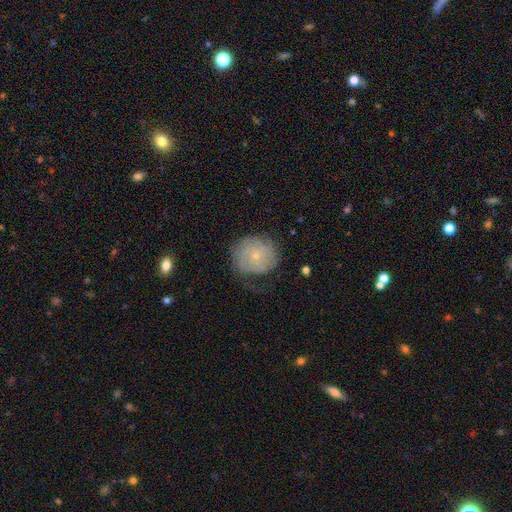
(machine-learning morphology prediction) Smooth or featured?
  - featured or disk: 58% *
  - smooth: 33%
  - star or artifact: 9%
Edge-on disk?
  - no: 97% *
  - yes: 3%
Bar?
  - no: 80% *
  - weak: 17%
  - strong: 3%
Spiral arms?
  - yes: 83% *
  - no: 17%
Bulge size?
  - small: 79% *
  - moderate: 17%
  - none: 2%
  - large: 1%
  - dominant: 1%
Merging?
  - none: 60% *
  - minor disturbance: 25%
  - major disturbance: 15%
  - merger: 1%